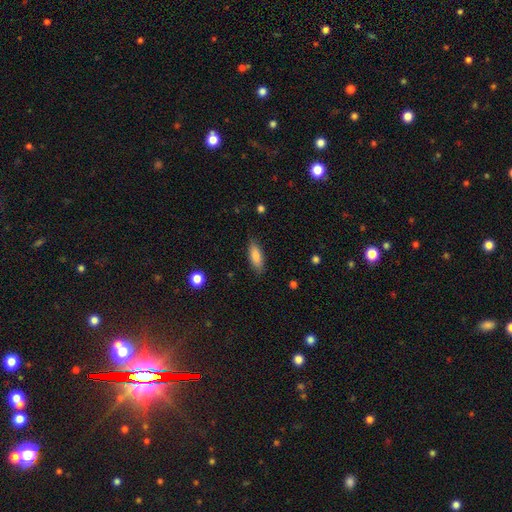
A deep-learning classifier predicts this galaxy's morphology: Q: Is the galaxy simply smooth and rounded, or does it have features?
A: smooth — 84%.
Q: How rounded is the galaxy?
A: in between — 66%.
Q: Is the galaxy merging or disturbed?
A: none — 86%.